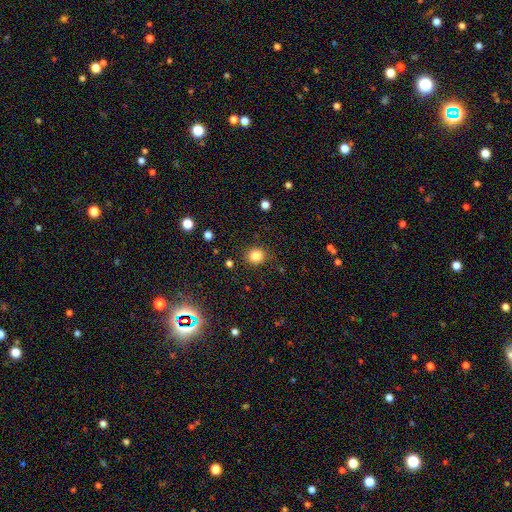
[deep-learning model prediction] Smooth or featured? smooth (83%)
How rounded? round (84%)
Merging? none (86%)